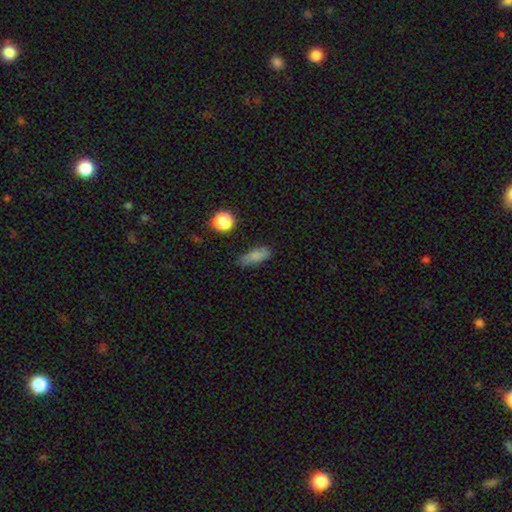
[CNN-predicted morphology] Smooth or featured?
  - smooth: 81% *
  - star or artifact: 11%
  - featured or disk: 9%
How rounded?
  - in between: 61% *
  - cigar-shaped: 33%
  - round: 6%
Merging?
  - none: 74% *
  - minor disturbance: 19%
  - major disturbance: 5%
  - merger: 2%